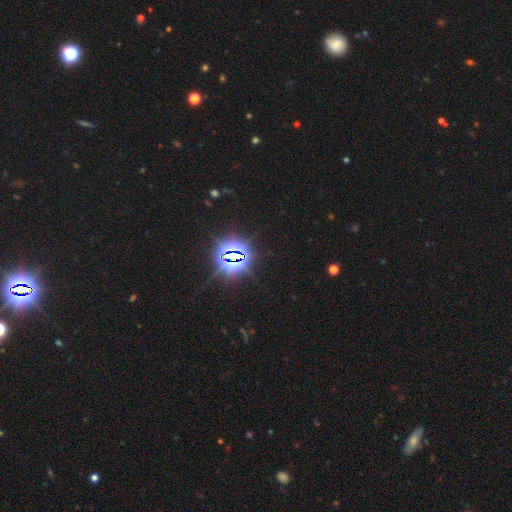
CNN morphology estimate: Smooth or featured? star or artifact (84%)